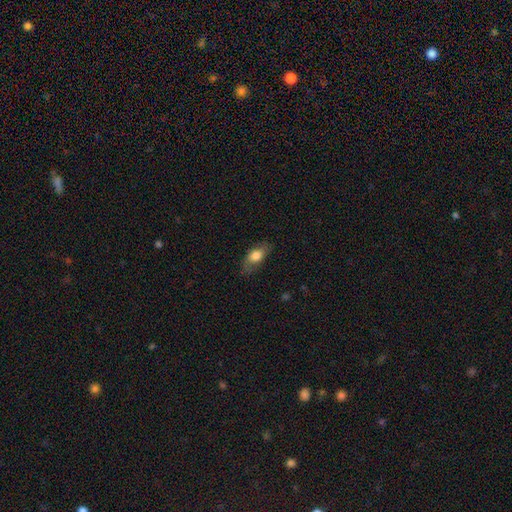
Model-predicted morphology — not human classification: The model was most divided on "smooth or featured": smooth: 69%, featured or disk: 23%, star or artifact: 7%. More confident: how rounded — in between (85%); merging — none (70%).